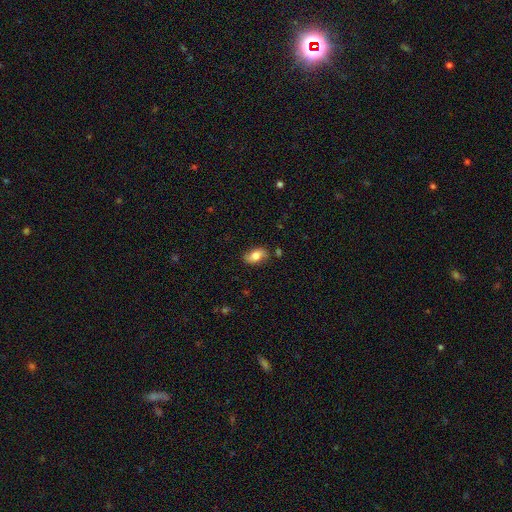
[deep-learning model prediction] Q: Smooth or featured?
A: smooth (75%); runner-up: featured or disk (17%)
Q: How rounded?
A: in between (91%); runner-up: round (6%)
Q: Merging?
A: none (78%); runner-up: minor disturbance (16%)